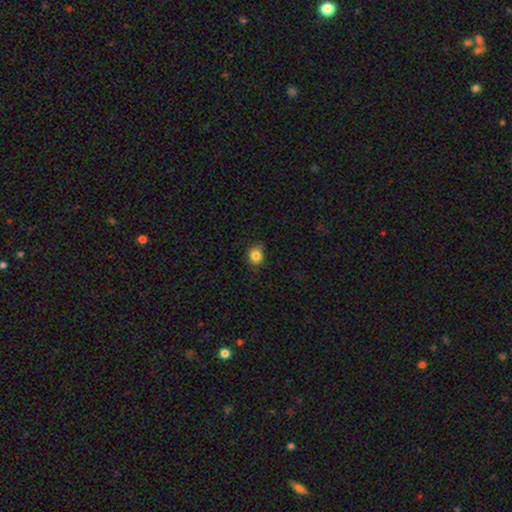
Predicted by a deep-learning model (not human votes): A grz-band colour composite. It shows a smooth galaxy with no disk features (84%) that is round (74%). Merging: none (78%).